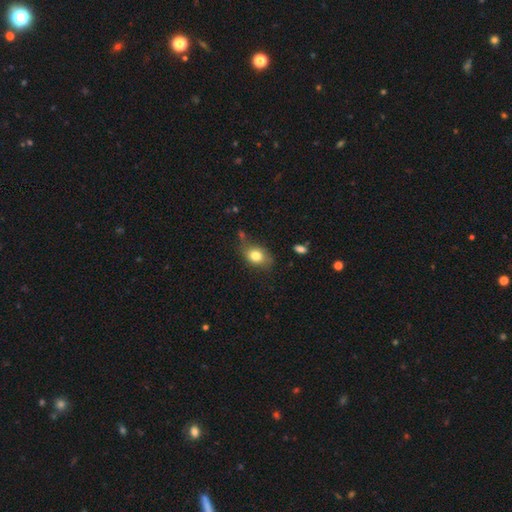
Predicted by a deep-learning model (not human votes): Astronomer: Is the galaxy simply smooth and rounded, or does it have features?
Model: smooth — 79%.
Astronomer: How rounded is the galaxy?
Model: in between — 72%.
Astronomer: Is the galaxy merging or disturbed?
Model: none — 62%.